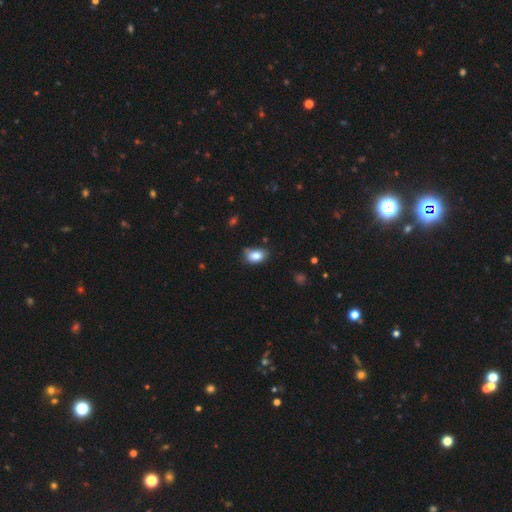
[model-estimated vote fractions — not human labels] Overall: smooth (84%). How rounded: in between (86%). Merging: none (63%; minor disturbance 28%).